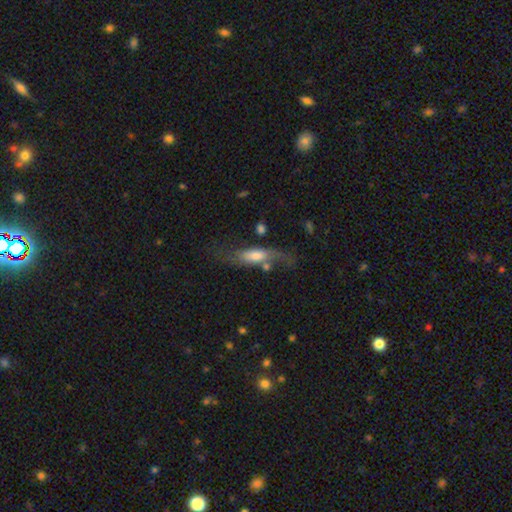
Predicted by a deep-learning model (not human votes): A featured or disk galaxy (50%). Merging: none (46%).